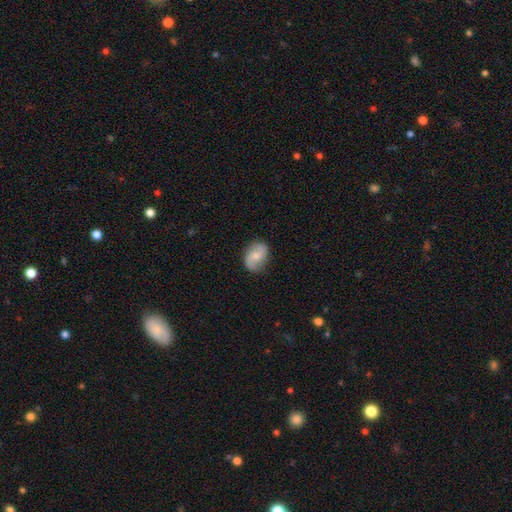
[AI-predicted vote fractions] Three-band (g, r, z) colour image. It shows a featured or disk galaxy (54%) with no bar (56%), spiral arms (90%) and a moderate central bulge (46%). Merging: none (76%).